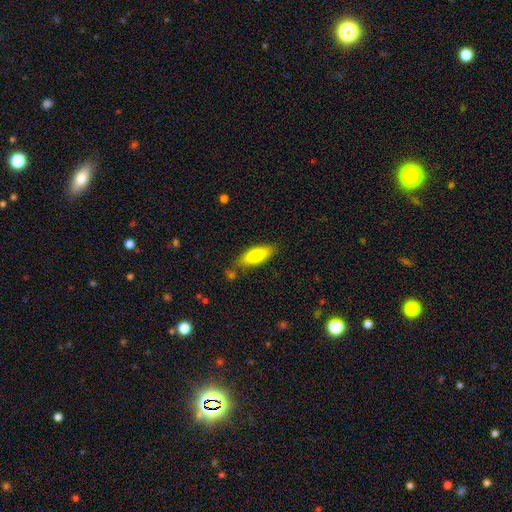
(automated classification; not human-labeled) smooth_or_featured: smooth (p=0.74) [alt: featured or disk p=0.19]
how_rounded: in between (p=0.61) [alt: cigar-shaped p=0.37]
merging: none (p=0.76) [alt: minor disturbance p=0.15]